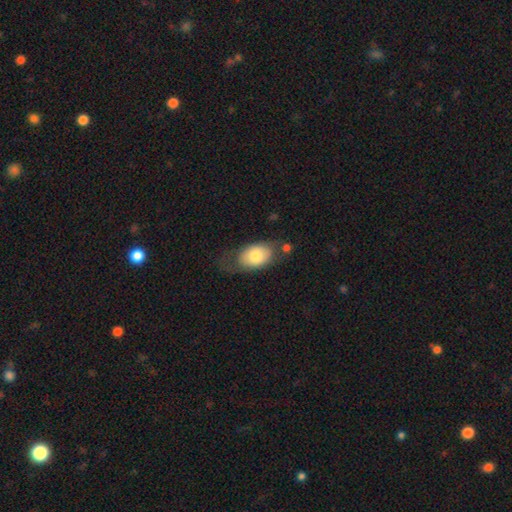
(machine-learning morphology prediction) smooth-or-featured: smooth: 72% | featured or disk: 22% | star or artifact: 6%
  how-rounded: in between: 87% | round: 11% | cigar-shaped: 2%
  merging: none: 53% | minor disturbance: 25% | major disturbance: 16% | merger: 6%